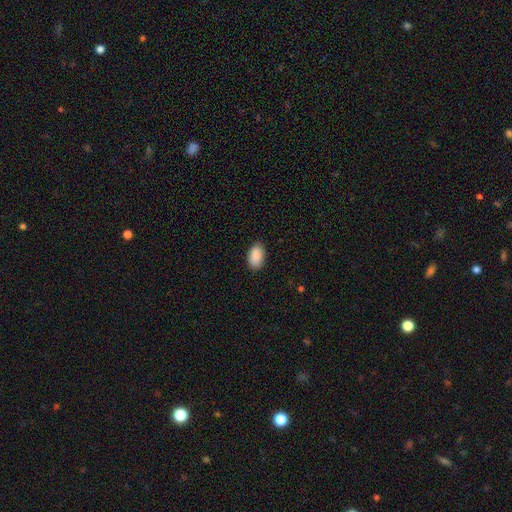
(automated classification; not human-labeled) smooth_or_featured: smooth (p=0.90) [alt: star or artifact p=0.06]
how_rounded: in between (p=0.94) [alt: round p=0.04]
merging: none (p=0.87) [alt: minor disturbance p=0.10]